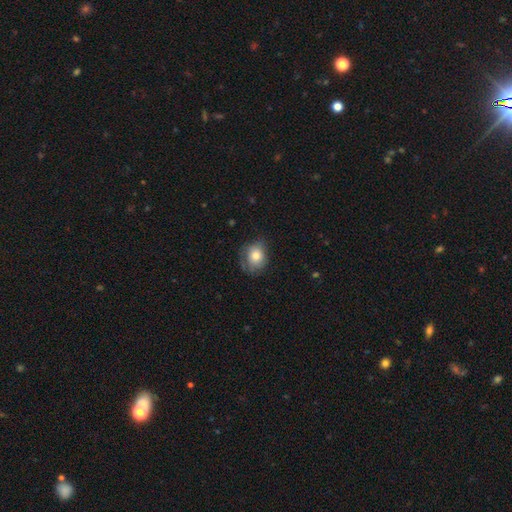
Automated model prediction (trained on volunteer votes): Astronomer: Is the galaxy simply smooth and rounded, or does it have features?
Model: smooth — 76%.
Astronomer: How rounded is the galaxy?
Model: round — 59% (runner-up: in between, 40%).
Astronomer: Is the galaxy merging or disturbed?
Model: none — 59%.